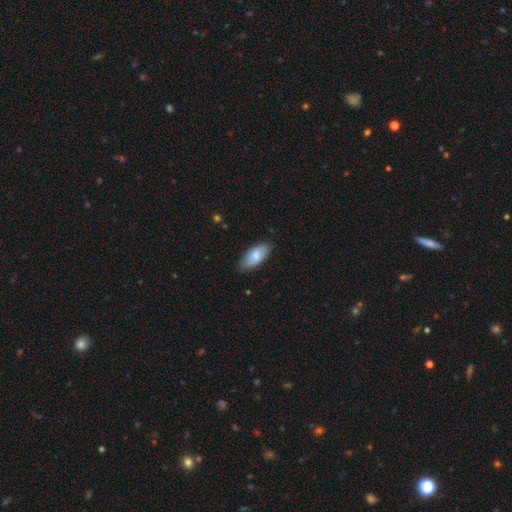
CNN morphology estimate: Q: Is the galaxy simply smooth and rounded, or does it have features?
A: smooth — 80%.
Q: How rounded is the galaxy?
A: in between — 91%.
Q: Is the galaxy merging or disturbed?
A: none — 79%.